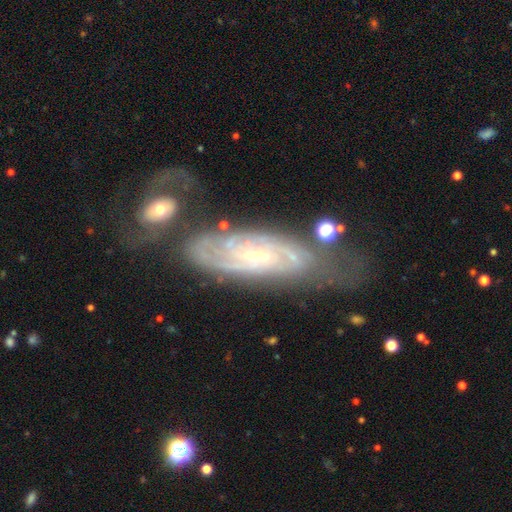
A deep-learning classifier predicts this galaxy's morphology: Q: Smooth or featured?
A: featured or disk (86%); runner-up: smooth (8%)
Q: Edge-on disk?
A: no (90%); runner-up: yes (10%)
Q: Bar?
A: no (55%); runner-up: weak (34%)
Q: Spiral arms?
A: yes (95%); runner-up: no (5%)
Q: Spiral winding?
A: tight (71%); runner-up: medium (24%)
Q: Spiral arm count?
A: can't tell (41%); runner-up: 2 (27%)
Q: Bulge size?
A: small (67%); runner-up: moderate (29%)
Q: Merging?
A: none (58%); runner-up: minor disturbance (19%)